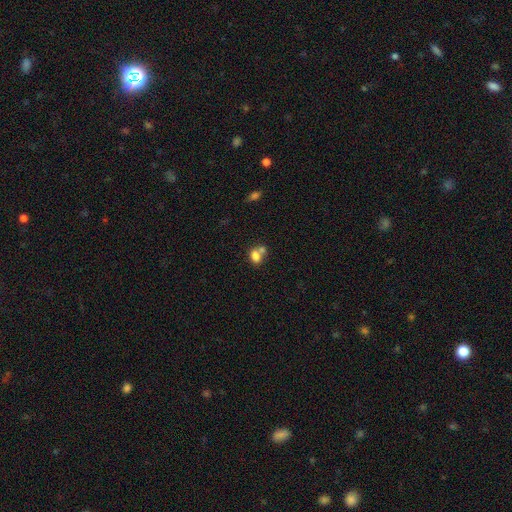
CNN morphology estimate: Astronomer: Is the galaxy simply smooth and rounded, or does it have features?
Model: smooth — 77%.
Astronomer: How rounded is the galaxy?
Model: in between — 66%.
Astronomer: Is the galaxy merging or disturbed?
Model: merger — 50% (runner-up: none, 36%).